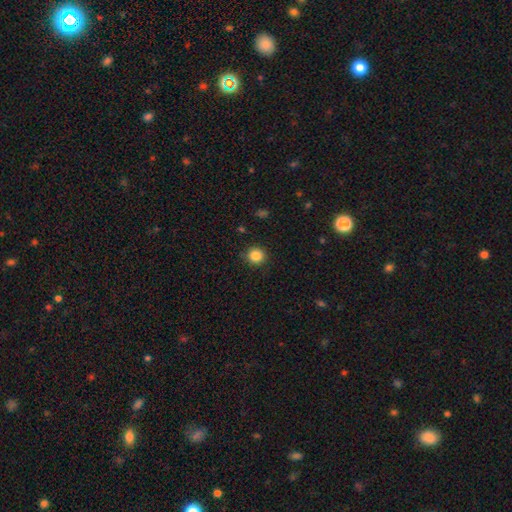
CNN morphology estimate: The model was most divided on "smooth or featured": smooth: 85%, star or artifact: 11%, featured or disk: 4%. More confident: how rounded — round (91%); merging — none (89%).